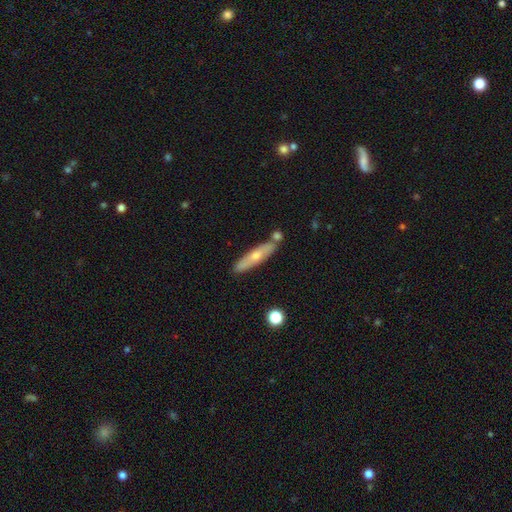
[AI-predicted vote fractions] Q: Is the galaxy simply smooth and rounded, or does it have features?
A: smooth — 49%.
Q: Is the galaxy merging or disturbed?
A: none — 77%.